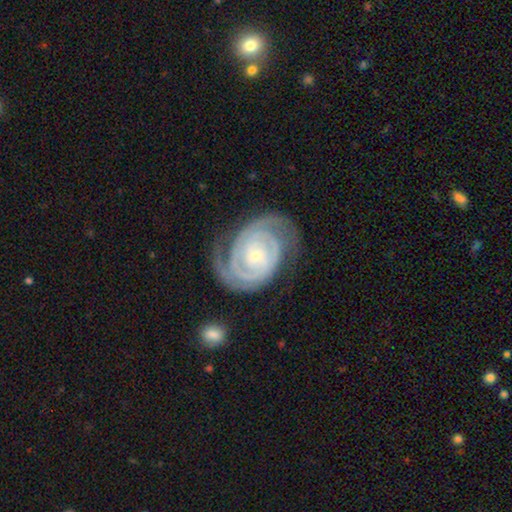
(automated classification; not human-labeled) Smooth or featured? featured or disk (92%)
Edge-on disk? no (98%)
Bar? no (60%)
Spiral arms? yes (98%)
Spiral winding? tight (78%)
Spiral arm count? 2 (74%)
Bulge size? small (72%)
Merging? none (73%)